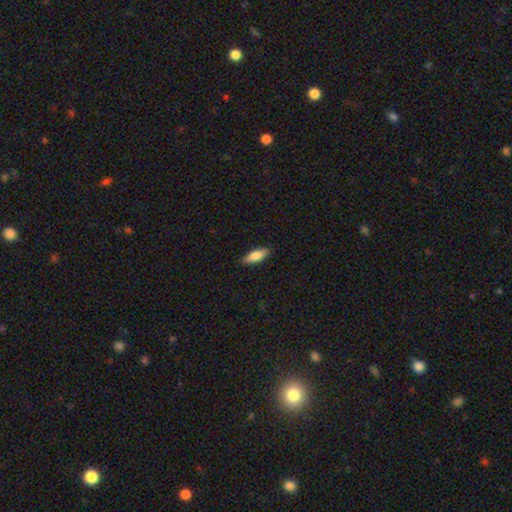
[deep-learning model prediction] smooth_or_featured: smooth (p=0.82) [alt: featured or disk p=0.12]
how_rounded: in between (p=0.67) [alt: cigar-shaped p=0.31]
merging: none (p=0.86) [alt: minor disturbance p=0.11]